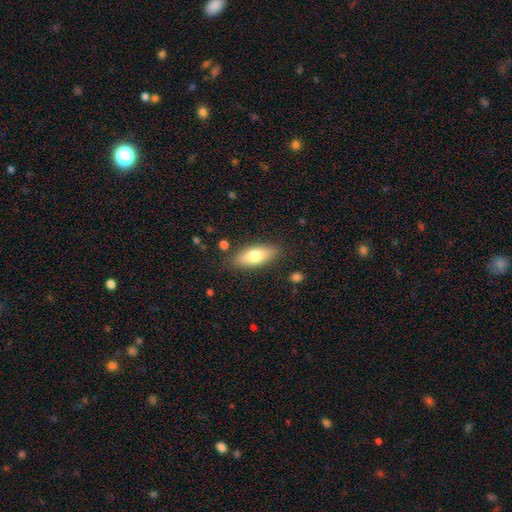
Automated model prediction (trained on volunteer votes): This appears to be a smooth galaxy with no disk features (71%) that is in between round and cigar-shaped (73%). Merging: none (86%).